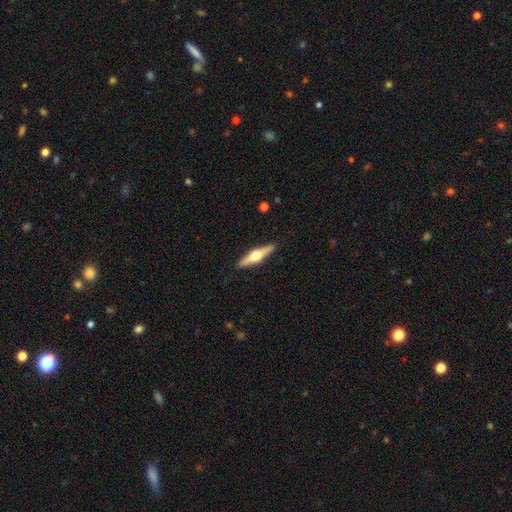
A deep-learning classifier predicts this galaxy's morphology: featured or disk 66%, smooth 29%, star or artifact 5%. Down the decision tree: edge-on disk — yes (97%); edge-on bulge — rounded (95%); merging — none (91%).